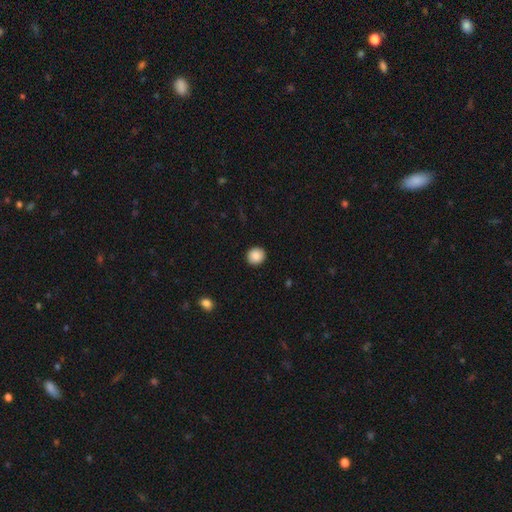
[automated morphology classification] Q: Smooth or featured?
A: smooth (88%); runner-up: star or artifact (8%)
Q: How rounded?
A: round (86%); runner-up: in between (13%)
Q: Merging?
A: none (91%); runner-up: minor disturbance (6%)